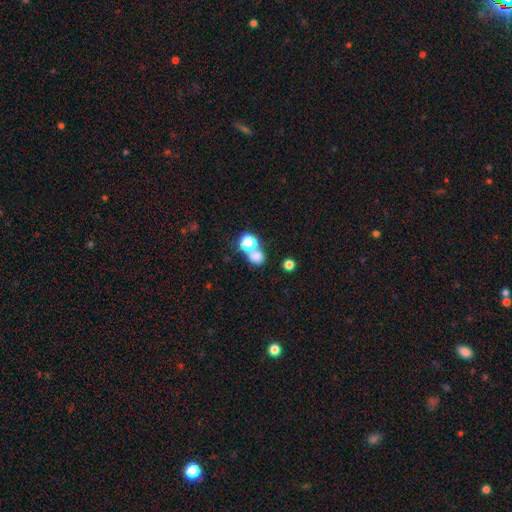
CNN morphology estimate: This is likely a smooth galaxy (69%). How rounded: likely round (63%). Merging: possibly merger (47%).